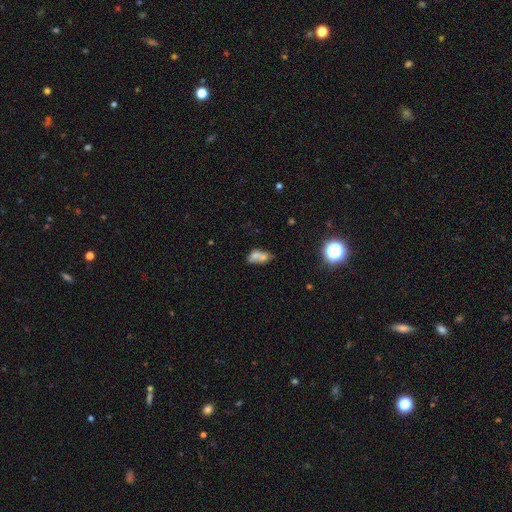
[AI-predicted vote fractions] Q: Smooth or featured?
A: smooth (63%); runner-up: featured or disk (23%)
Q: How rounded?
A: in between (77%); runner-up: round (17%)
Q: Merging?
A: merger (55%); runner-up: none (25%)